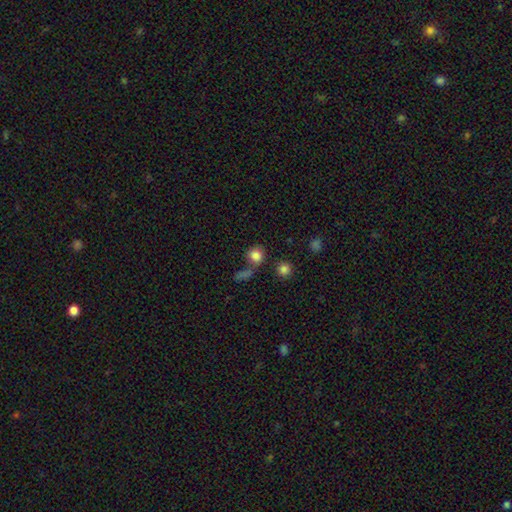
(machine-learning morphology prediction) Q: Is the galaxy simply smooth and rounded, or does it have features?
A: smooth — 82%.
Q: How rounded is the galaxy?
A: round — 81%.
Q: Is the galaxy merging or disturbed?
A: none — 62%.